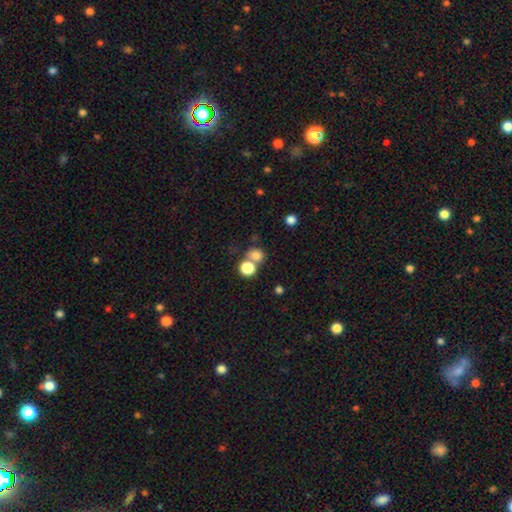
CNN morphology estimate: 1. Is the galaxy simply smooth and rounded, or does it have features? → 77% smooth, 15% star or artifact, 8% featured or disk.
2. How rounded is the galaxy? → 78% round, 21% in between, 1% cigar-shaped.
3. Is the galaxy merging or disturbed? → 49% none, 39% merger, 8% minor disturbance, 4% major disturbance.